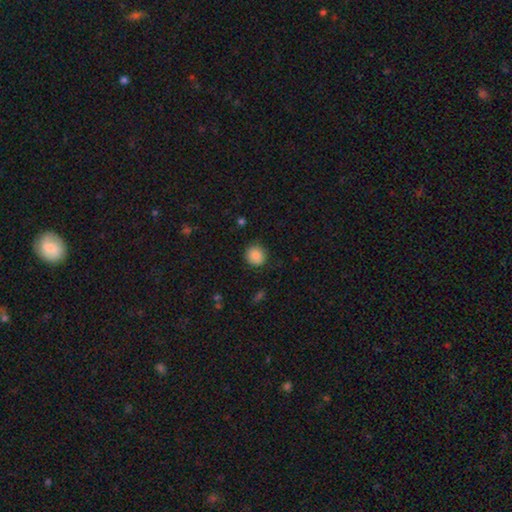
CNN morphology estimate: type=smooth (88%); roundness=round (89%); merging=none (87%).